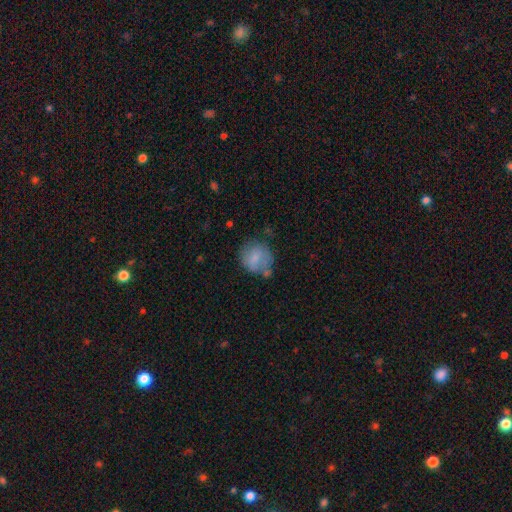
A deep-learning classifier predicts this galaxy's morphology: Overall: smooth (72%). How rounded: round (77%). Merging: none (56%; minor disturbance 25%).